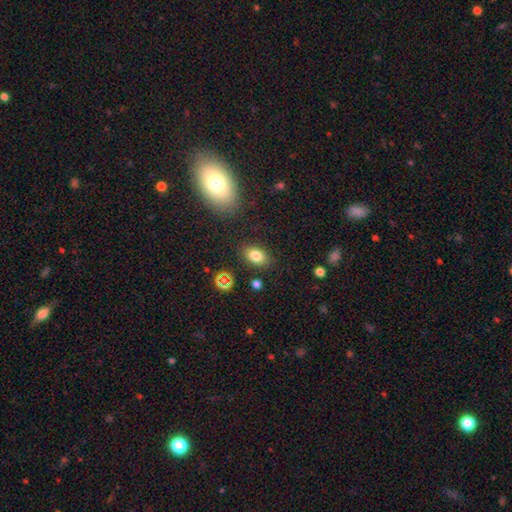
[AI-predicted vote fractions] This is likely a smooth galaxy (79%). How rounded: clearly in between (83%). Merging: clearly none (83%).